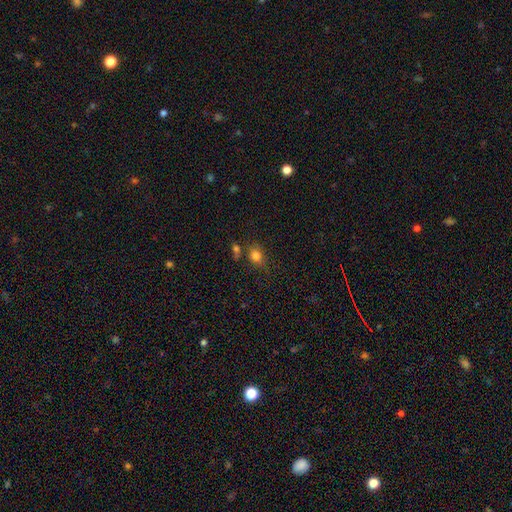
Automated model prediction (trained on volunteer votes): Smooth or featured? Predicted: smooth (p=0.80). How rounded? Predicted: in between (p=0.49, tied with round). Merging? Predicted: none (p=0.62).